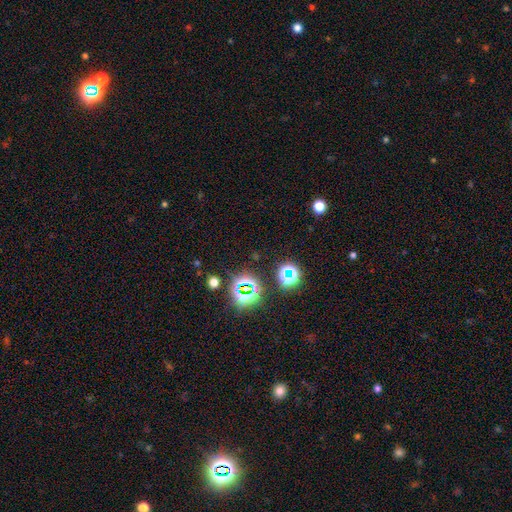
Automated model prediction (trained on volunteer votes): Smooth or featured: star or artifact — 73% (smooth — 19%)